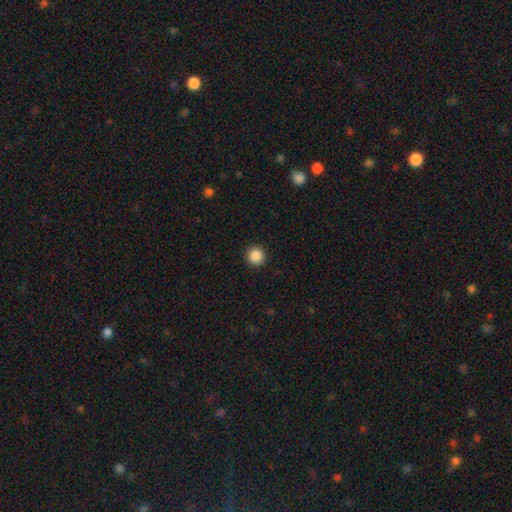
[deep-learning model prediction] A smooth galaxy with no disk features (87%) that is round (96%).

Vote fractions:
- Smooth or featured? smooth: 87% / star or artifact: 10% / featured or disk: 3%
- How rounded? round: 96% / in between: 4% / cigar-shaped: 1%
- Merging? none: 93% / minor disturbance: 4% / major disturbance: 2% / merger: 1%